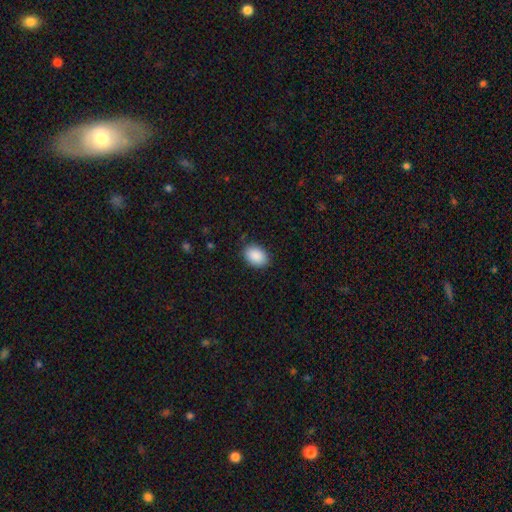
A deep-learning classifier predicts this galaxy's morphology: A smooth galaxy with no disk features (90%) that is in between round and cigar-shaped (79%). Merging: none (85%).